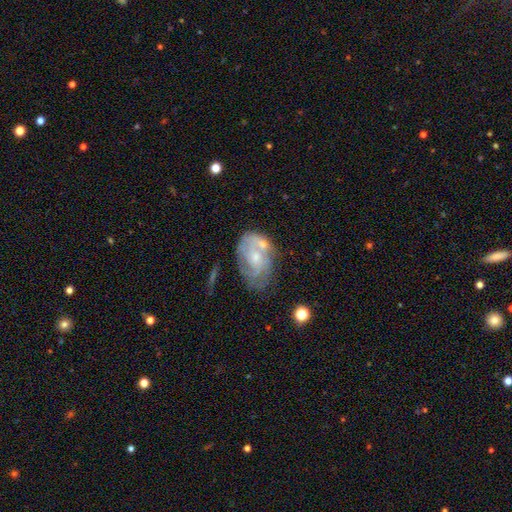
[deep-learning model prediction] This appears to be a featured or disk galaxy (71%) with no bar (72%), tight (52%) spiral arms (80%) and a small central bulge (56%). Merging: none (47%).